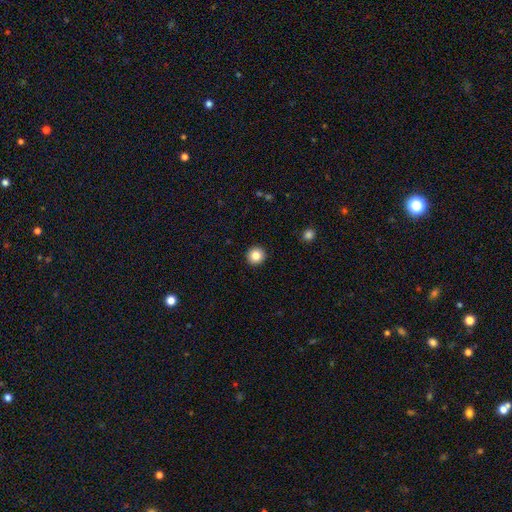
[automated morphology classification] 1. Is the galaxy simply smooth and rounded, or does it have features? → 84% smooth, 10% star or artifact, 6% featured or disk.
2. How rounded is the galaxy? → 95% round, 4% in between, 1% cigar-shaped.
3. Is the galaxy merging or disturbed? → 93% none, 4% minor disturbance, 1% major disturbance, 1% merger.